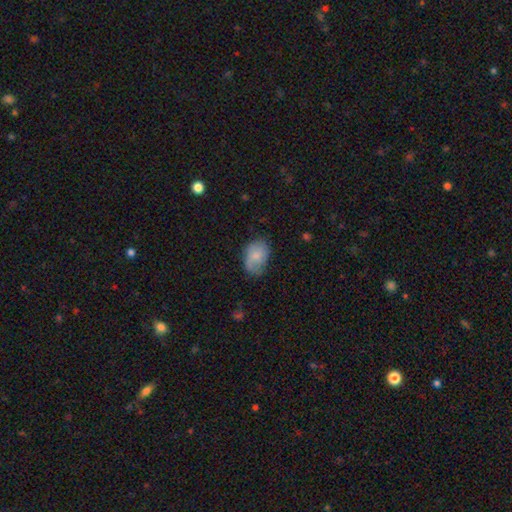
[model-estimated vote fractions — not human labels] Smooth or featured: smooth — 70% (featured or disk — 22%)
How rounded: in between — 79% (round — 19%)
Merging: none — 52% (minor disturbance — 33%)